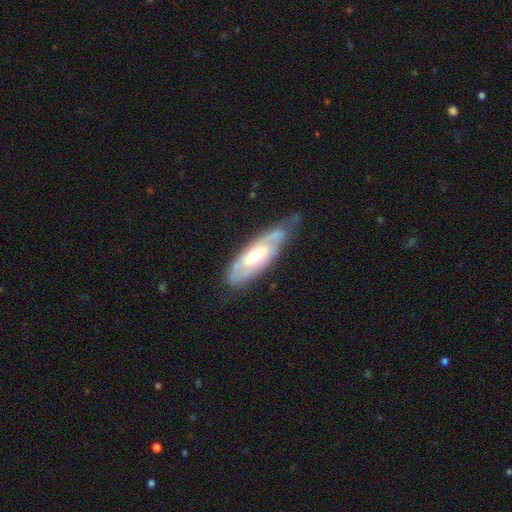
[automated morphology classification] type=featured or disk (70%); edge-on=no (75%); bar=no (57%); spiral arms=yes (74%); bulge=moderate (62%); merging=none (58%).